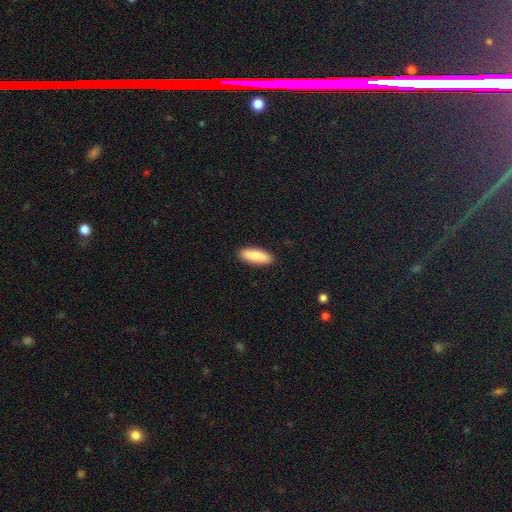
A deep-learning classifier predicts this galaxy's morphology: Smooth or featured: smooth — 87% (featured or disk — 8%)
How rounded: in between — 58% (cigar-shaped — 40%)
Merging: none — 91% (minor disturbance — 7%)